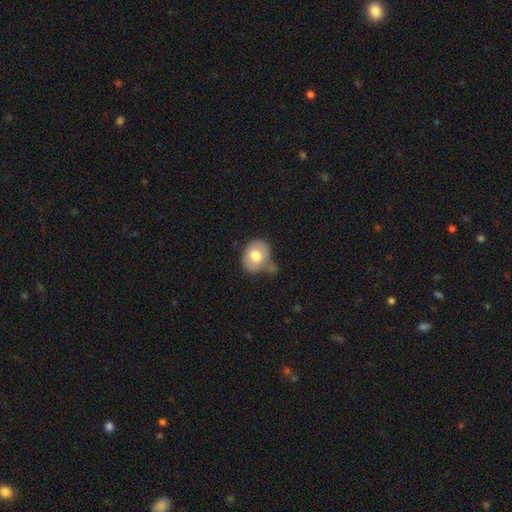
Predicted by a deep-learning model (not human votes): Smooth or featured? Predicted: smooth (p=0.71). How rounded? Predicted: round (p=0.51). Merging? Predicted: none (p=0.42).